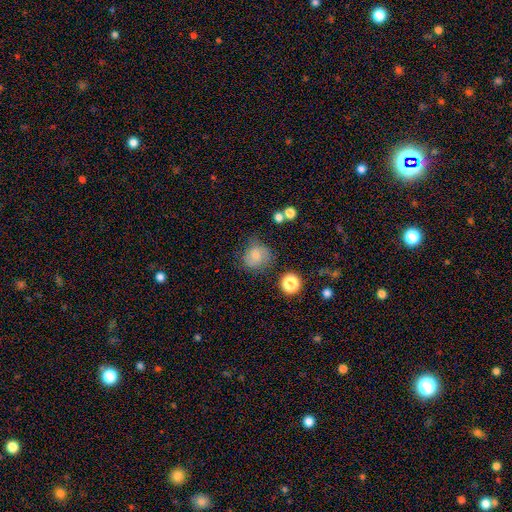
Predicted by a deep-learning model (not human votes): smooth 65%, featured or disk 23%, star or artifact 12%. Down the decision tree: how rounded — round (78%); merging — none (66%).